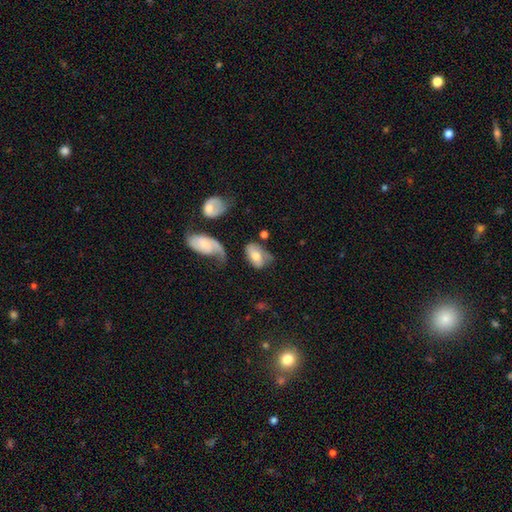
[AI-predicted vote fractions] A smooth galaxy with no disk features (51%) that is in between round and cigar-shaped (89%).

Vote fractions:
- Smooth or featured? smooth: 51% / featured or disk: 42% / star or artifact: 7%
- How rounded? in between: 89% / round: 9% / cigar-shaped: 2%
- Merging? none: 37% / major disturbance: 28% / minor disturbance: 25% / merger: 10%